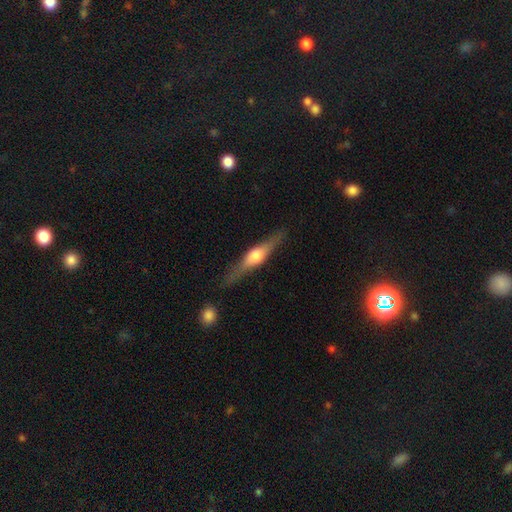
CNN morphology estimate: Smooth or featured?
  - featured or disk: 70% *
  - smooth: 25%
  - star or artifact: 5%
Edge-on disk?
  - yes: 96% *
  - no: 4%
Edge-on bulge?
  - rounded: 91% *
  - boxy: 7%
  - none: 2%
Merging?
  - none: 83% *
  - minor disturbance: 12%
  - major disturbance: 3%
  - merger: 2%